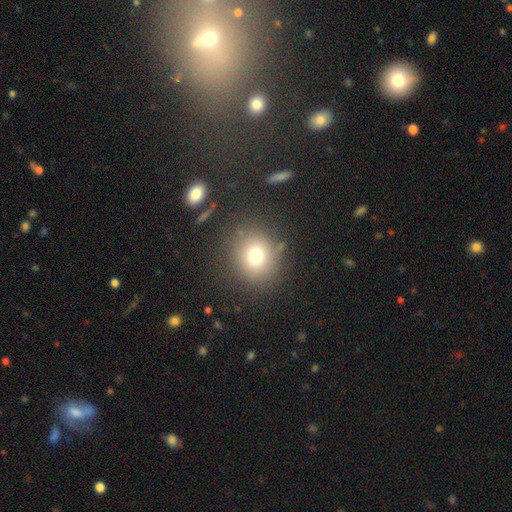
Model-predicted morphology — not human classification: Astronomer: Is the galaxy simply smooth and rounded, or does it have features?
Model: smooth — 73%.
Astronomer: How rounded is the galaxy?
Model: round — 84%.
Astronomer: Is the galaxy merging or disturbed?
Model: none — 82%.